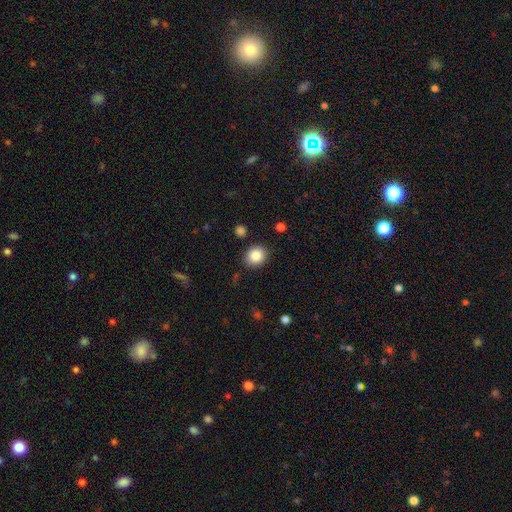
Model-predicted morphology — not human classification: This appears to be a smooth galaxy with no disk features (86%) that is round (75%). Merging: none (86%).